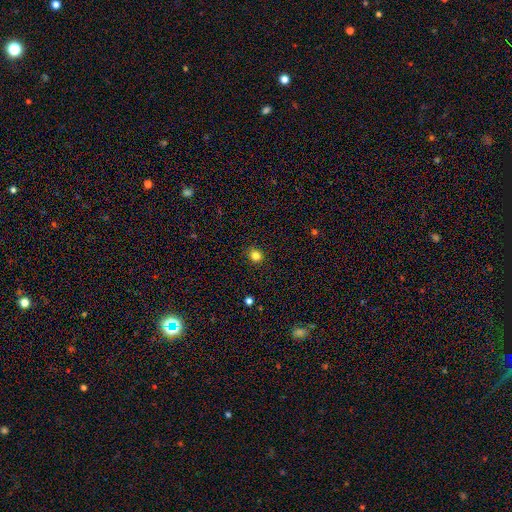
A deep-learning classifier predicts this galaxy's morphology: Q: Smooth or featured?
A: smooth (83%); runner-up: star or artifact (13%)
Q: How rounded?
A: round (83%); runner-up: in between (16%)
Q: Merging?
A: none (90%); runner-up: minor disturbance (7%)